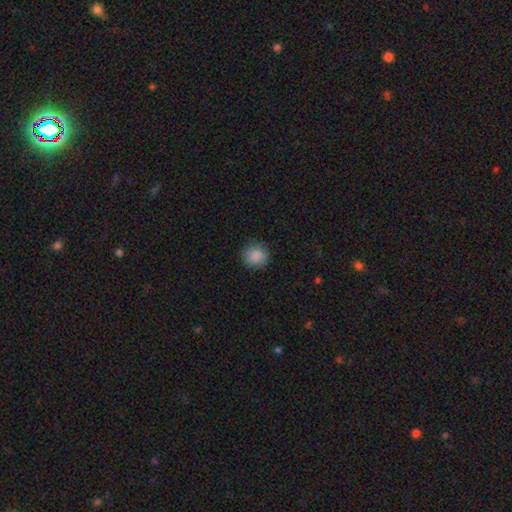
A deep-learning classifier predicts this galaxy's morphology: A smooth galaxy with no disk features (88%) that is round (90%). Merging: none (87%).